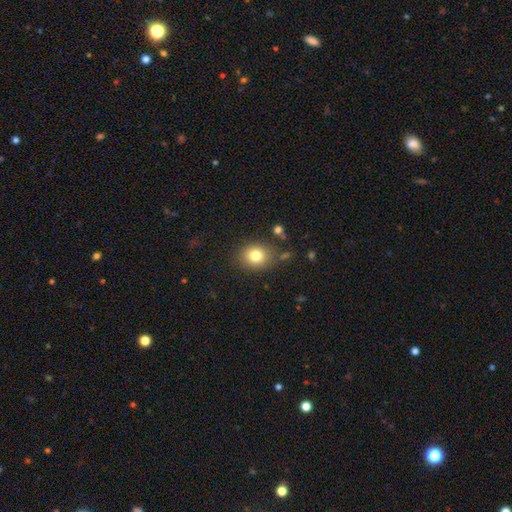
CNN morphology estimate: Smooth or featured: smooth — 79% (star or artifact — 12%)
How rounded: round — 66% (in between — 33%)
Merging: none — 82% (minor disturbance — 11%)